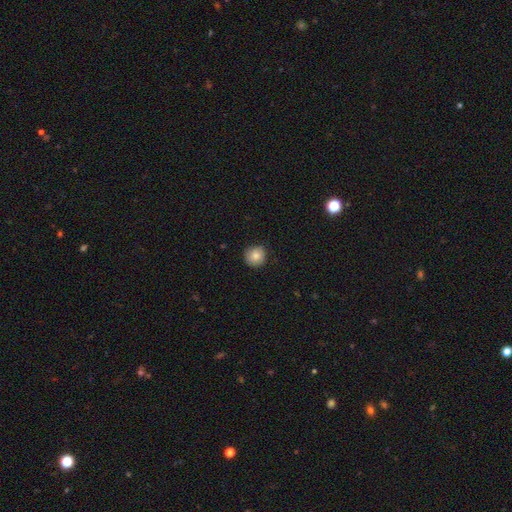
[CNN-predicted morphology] smooth-or-featured: smooth: 84% | star or artifact: 9% | featured or disk: 7%
  how-rounded: round: 89% | in between: 10% | cigar-shaped: 1%
  merging: none: 82% | minor disturbance: 15% | major disturbance: 2% | merger: 1%